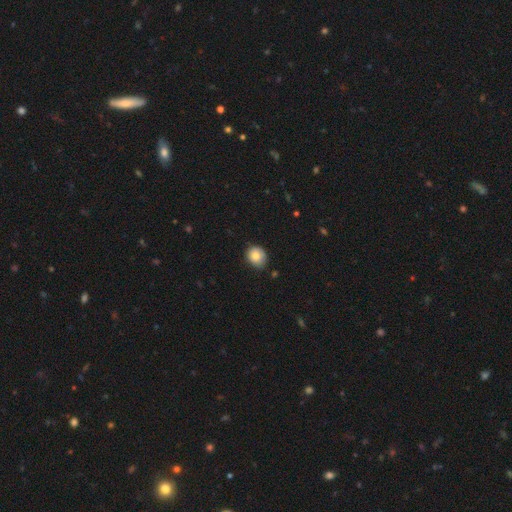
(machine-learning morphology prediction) smooth-or-featured: smooth: 81% | featured or disk: 10% | star or artifact: 9%
  how-rounded: round: 70% | in between: 29% | cigar-shaped: 1%
  merging: none: 73% | minor disturbance: 22% | major disturbance: 3% | merger: 2%